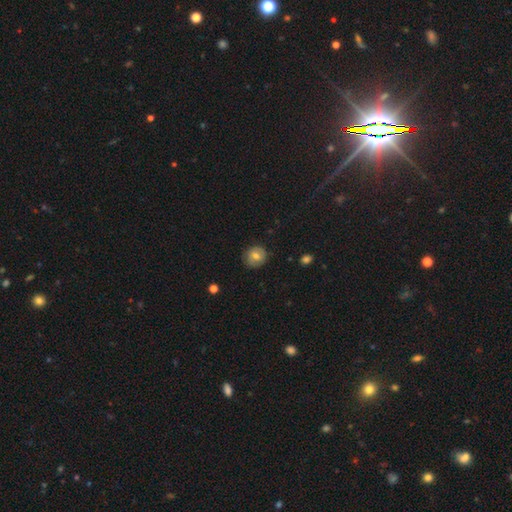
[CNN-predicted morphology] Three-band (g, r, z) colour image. It shows a smooth galaxy with no disk features (67%) that is round (83%). Merging: none (83%).